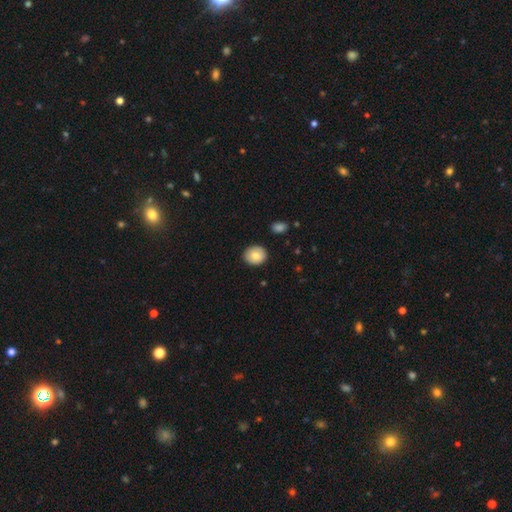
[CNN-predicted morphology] type=smooth (78%); roundness=round (72%); merging=none (89%).